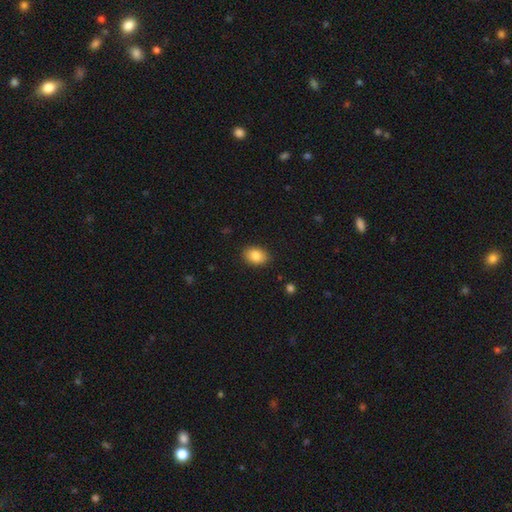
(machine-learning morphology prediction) type=smooth (85%); roundness=in between (77%); merging=none (88%).